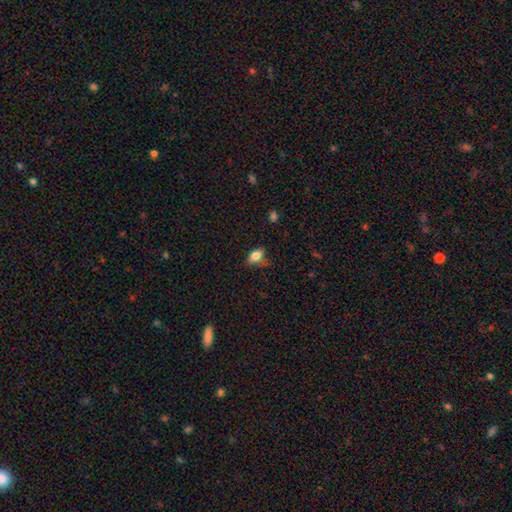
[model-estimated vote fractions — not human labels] This appears to be a smooth galaxy with no disk features (77%) that is in between round and cigar-shaped (83%). Merging: none (62%).